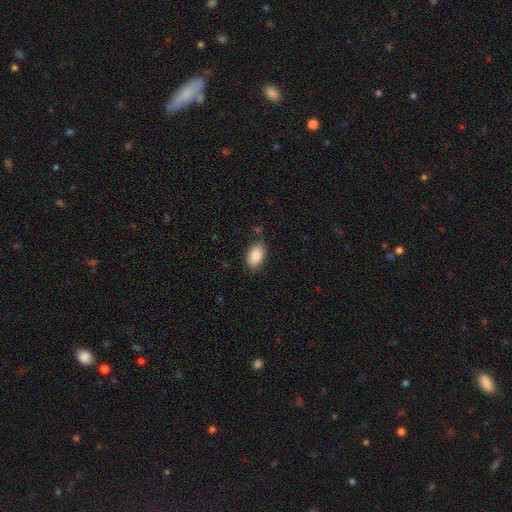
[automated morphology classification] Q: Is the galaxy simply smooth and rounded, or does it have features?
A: smooth — 88%.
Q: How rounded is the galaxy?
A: in between — 92%.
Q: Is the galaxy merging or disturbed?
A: none — 81%.